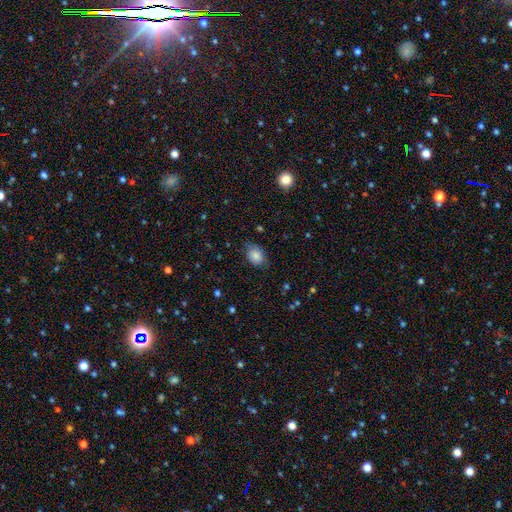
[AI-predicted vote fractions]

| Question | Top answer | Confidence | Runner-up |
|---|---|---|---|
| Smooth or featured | smooth | 77% | featured or disk (13%) |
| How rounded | in between | 66% | round (33%) |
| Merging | none | 67% | minor disturbance (25%) |